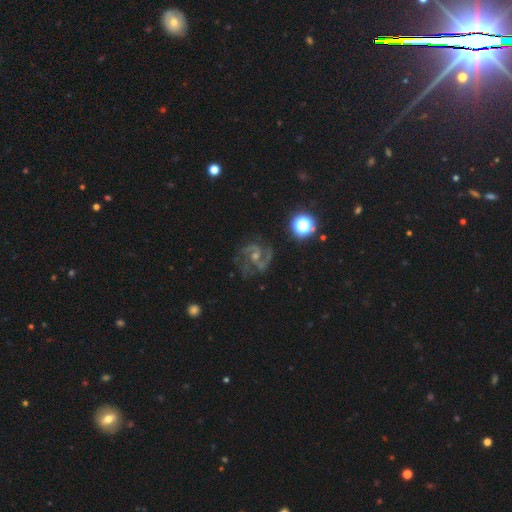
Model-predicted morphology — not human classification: featured or disk 82%, star or artifact 12%, smooth 6%. Down the decision tree: edge-on disk — no (98%); bar — weak (45%); spiral arms — yes (97%); spiral arm count — 2 (65%); spiral winding — medium (57%); bulge size — small (58%); merging — none (73%).